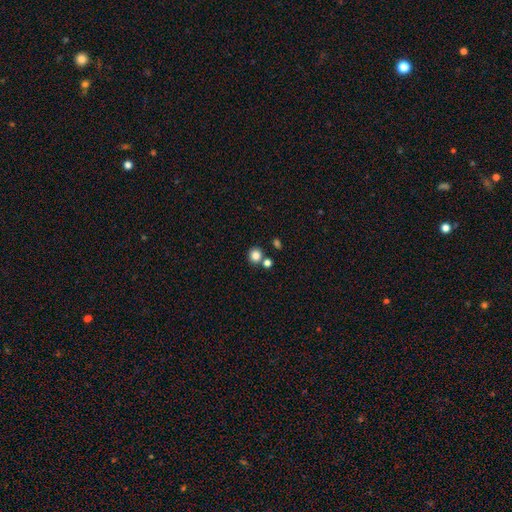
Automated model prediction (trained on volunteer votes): Q: Smooth or featured?
A: smooth (83%); runner-up: star or artifact (12%)
Q: How rounded?
A: round (89%); runner-up: in between (10%)
Q: Merging?
A: none (73%); runner-up: merger (16%)